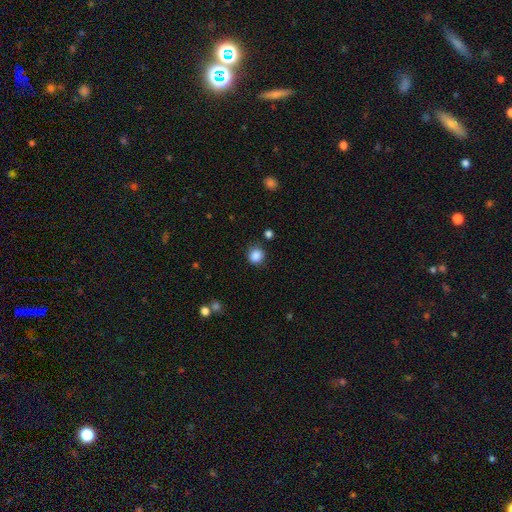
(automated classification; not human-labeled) Smooth or featured: smooth — 87% (star or artifact — 10%)
How rounded: round — 86% (in between — 13%)
Merging: none — 82% (minor disturbance — 11%)